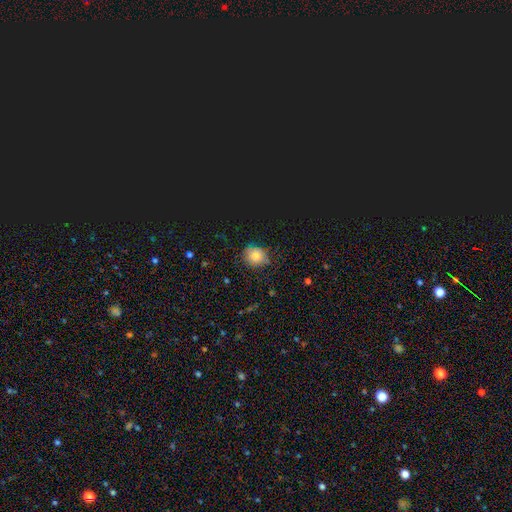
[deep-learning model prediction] Q: Smooth or featured?
A: smooth (72%); runner-up: star or artifact (20%)
Q: How rounded?
A: round (86%); runner-up: in between (13%)
Q: Merging?
A: none (79%); runner-up: minor disturbance (15%)